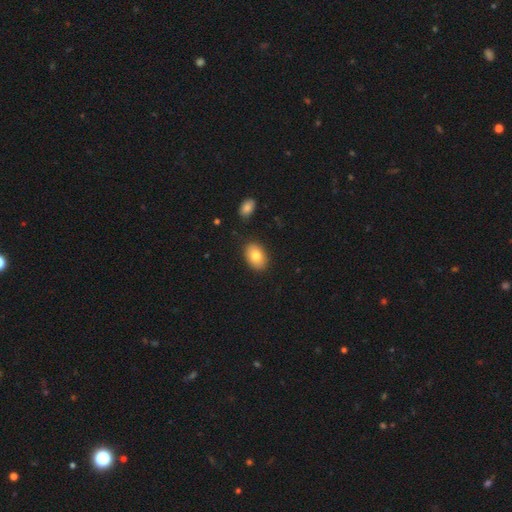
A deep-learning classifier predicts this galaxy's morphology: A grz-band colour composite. It shows a smooth galaxy with no disk features (81%) that is in between round and cigar-shaped (87%). Merging: none (87%).